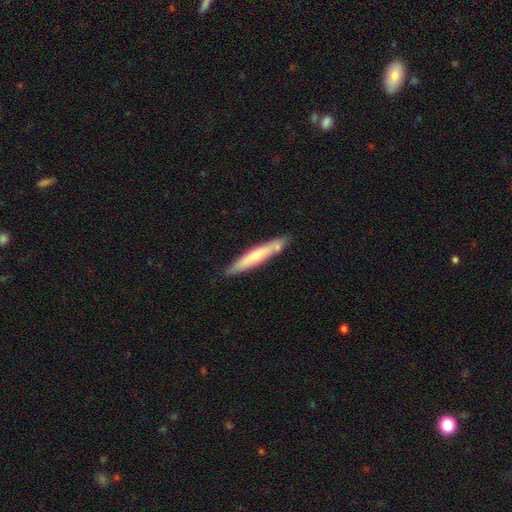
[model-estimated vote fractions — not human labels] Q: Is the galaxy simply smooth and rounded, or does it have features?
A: smooth — 55%.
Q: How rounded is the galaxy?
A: cigar-shaped — 92%.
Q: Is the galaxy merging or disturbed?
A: none — 78%.